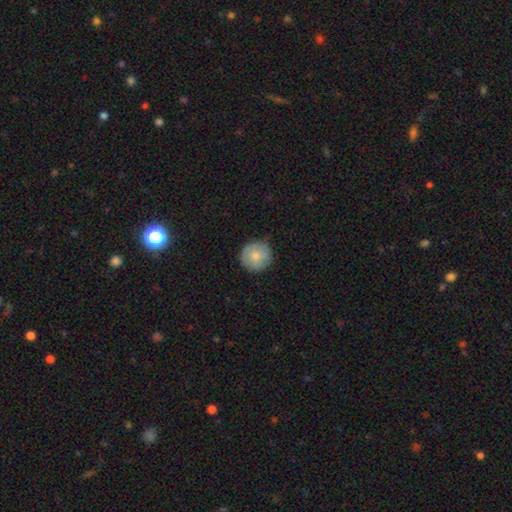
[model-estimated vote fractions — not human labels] Smooth or featured? Predicted: smooth (p=0.79). How rounded? Predicted: round (p=0.94). Merging? Predicted: none (p=0.77).